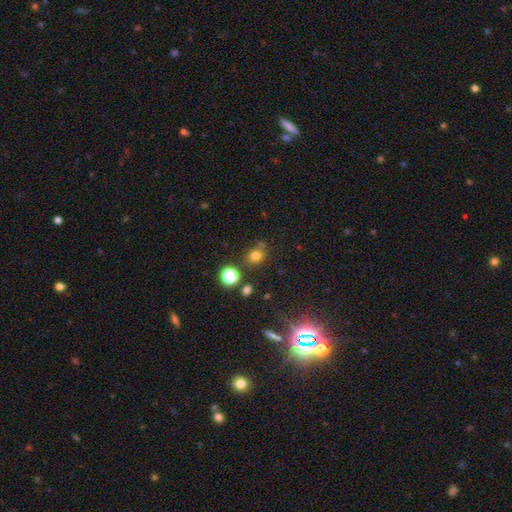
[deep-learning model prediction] A smooth galaxy with no disk features (75%) that is round (78%). Merging: none (73%).